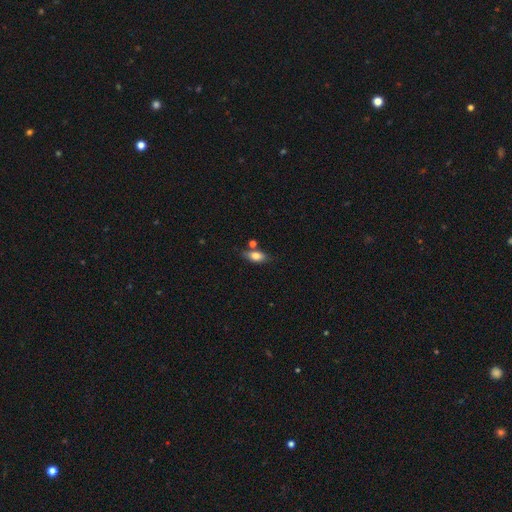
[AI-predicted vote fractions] The model was most divided on "merging": none: 68%, minor disturbance: 16%, merger: 12%, major disturbance: 4%. More confident: how rounded — in between (81%); smooth or featured — smooth (75%).